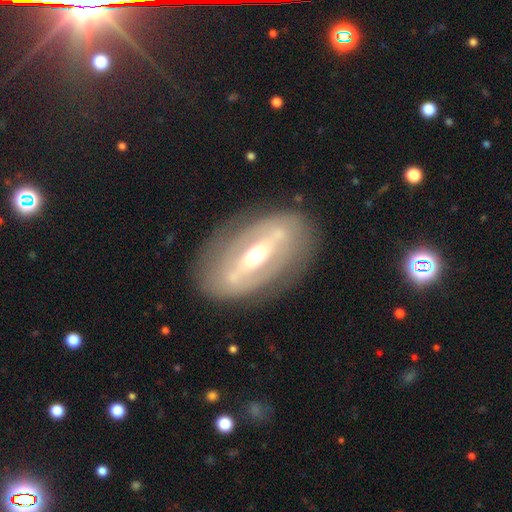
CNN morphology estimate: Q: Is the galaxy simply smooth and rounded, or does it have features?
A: featured or disk — 75%.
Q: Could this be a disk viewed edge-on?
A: no — 84%.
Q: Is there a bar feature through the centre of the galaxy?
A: strong — 61%.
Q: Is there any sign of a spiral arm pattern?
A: no — 58%.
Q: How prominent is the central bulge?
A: moderate — 67%.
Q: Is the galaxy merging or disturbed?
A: none — 78%.